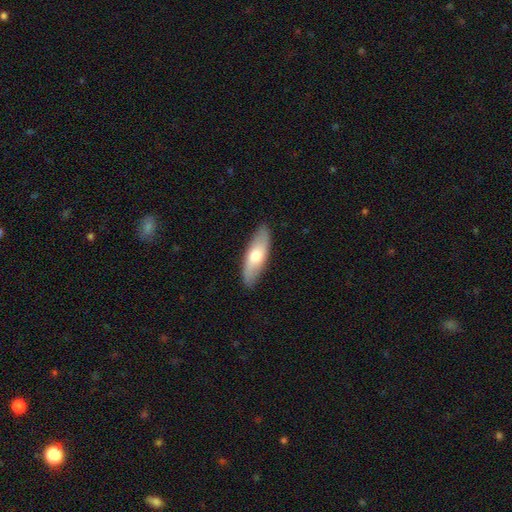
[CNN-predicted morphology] Smooth or featured?
  - smooth: 62% *
  - featured or disk: 32%
  - star or artifact: 5%
How rounded?
  - in between: 58% *
  - cigar-shaped: 39%
  - round: 2%
Merging?
  - none: 87% *
  - minor disturbance: 10%
  - major disturbance: 2%
  - merger: 1%